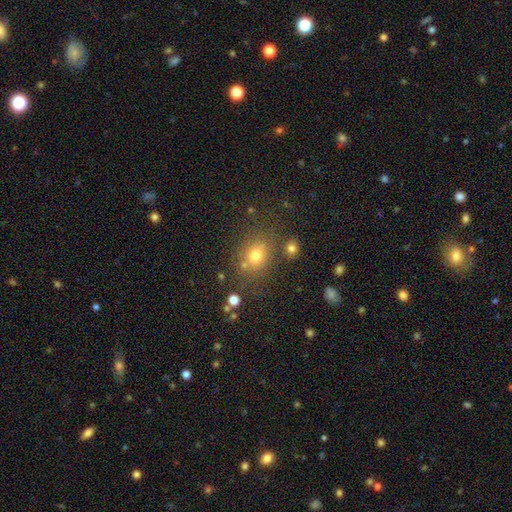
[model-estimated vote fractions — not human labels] Smooth or featured: smooth — 70% (star or artifact — 18%)
How rounded: round — 60% (in between — 39%)
Merging: none — 71% (minor disturbance — 13%)